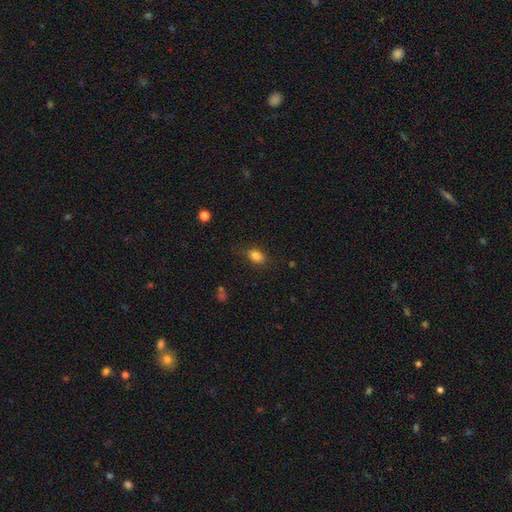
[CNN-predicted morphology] Smooth or featured? smooth (83%)
How rounded? in between (75%)
Merging? none (79%)